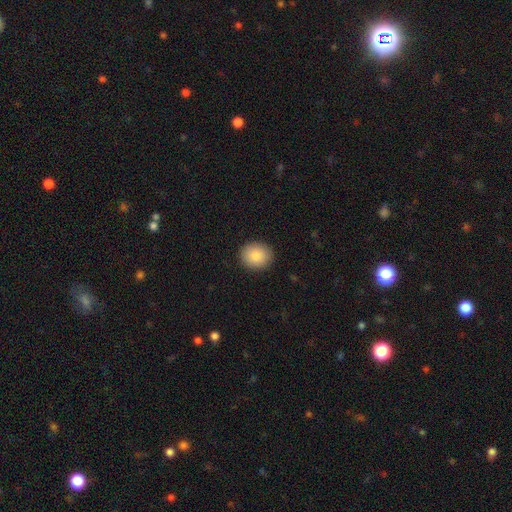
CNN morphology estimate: This is clearly a smooth galaxy (88%). How rounded: likely round (73%). Merging: clearly none (90%).